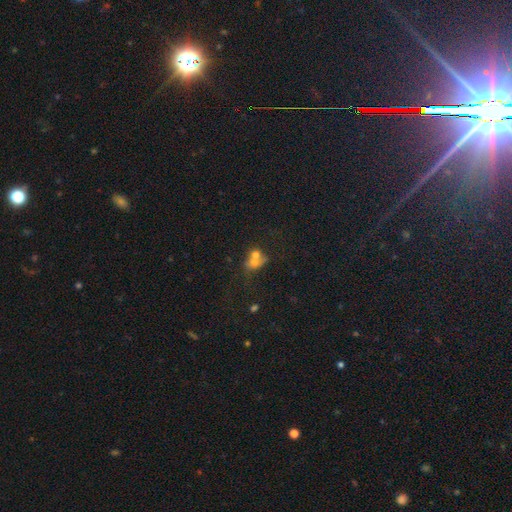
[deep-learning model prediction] This appears to be a smooth galaxy with no disk features (63%) that is round (61%). Merging: merger (63%).